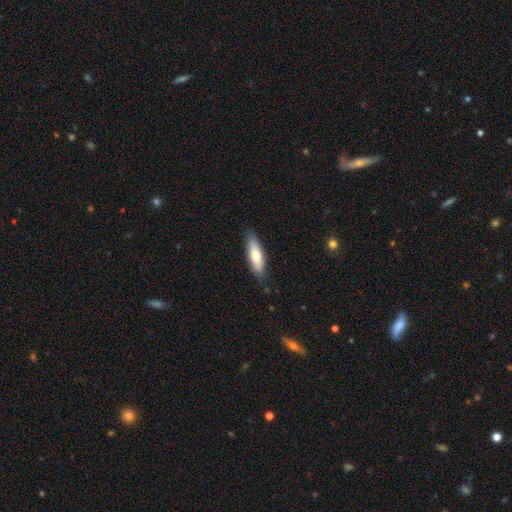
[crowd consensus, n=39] smooth-or-featured: smooth: 54% | featured or disk: 38% | star or artifact: 8%
  how-rounded: in between: 52% | cigar-shaped: 38% | round: 10%
  merging: none: 61% | minor disturbance: 33% | major disturbance: 3% | merger: 3%